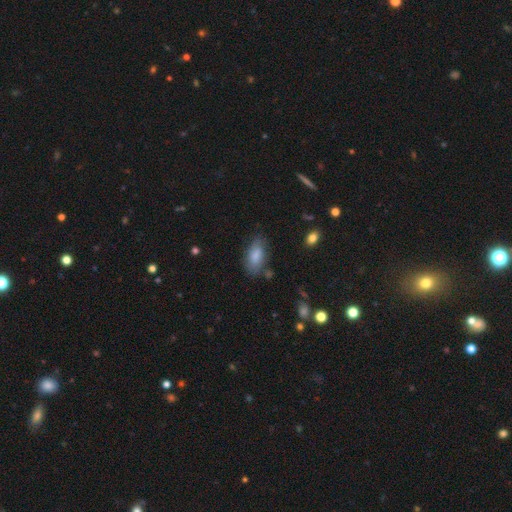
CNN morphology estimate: smooth 80%, featured or disk 13%, star or artifact 7%. Down the decision tree: how rounded — in between (90%); merging — none (70%).